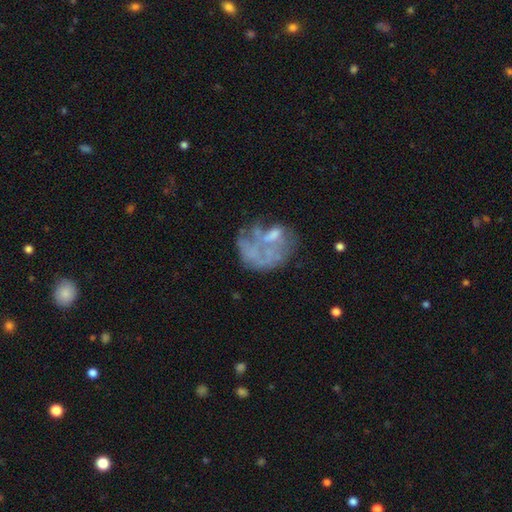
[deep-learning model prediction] Smooth or featured: featured or disk — 60% (smooth — 26%)
Edge-on disk: no — 98% (yes — 2%)
Bar: no — 88% (weak — 9%)
Spiral arms: no — 84% (yes — 16%)
Bulge size: none — 68% (moderate — 14%)
Merging: none — 35% (major disturbance — 34%)